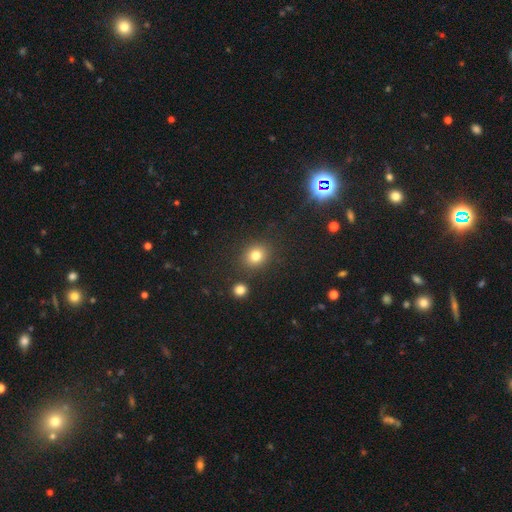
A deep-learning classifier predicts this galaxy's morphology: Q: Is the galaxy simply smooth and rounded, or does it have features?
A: smooth — 80%.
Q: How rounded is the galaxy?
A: round — 77%.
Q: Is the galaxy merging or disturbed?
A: none — 85%.